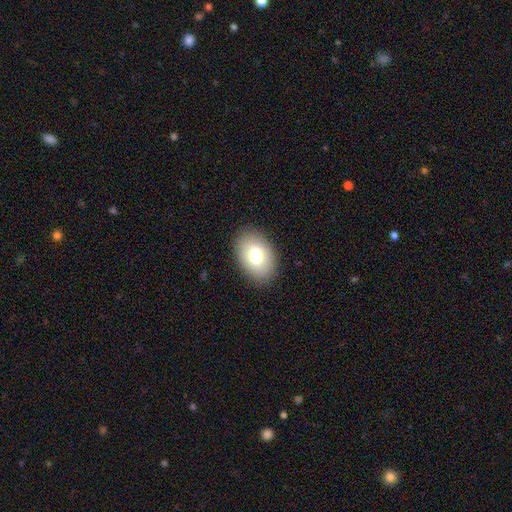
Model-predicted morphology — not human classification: Q: Smooth or featured?
A: smooth (76%); runner-up: featured or disk (15%)
Q: How rounded?
A: in between (84%); runner-up: round (15%)
Q: Merging?
A: none (87%); runner-up: minor disturbance (9%)